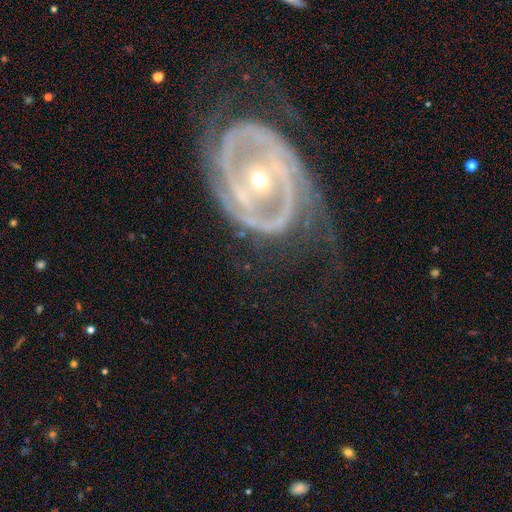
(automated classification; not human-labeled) Q: Smooth or featured?
A: featured or disk (88%); runner-up: star or artifact (6%)
Q: Edge-on disk?
A: no (95%); runner-up: yes (5%)
Q: Bar?
A: no (36%); tied with: strong (36%)
Q: Spiral arms?
A: yes (87%); runner-up: no (13%)
Q: Spiral winding?
A: tight (53%); runner-up: medium (34%)
Q: Spiral arm count?
A: 2 (64%); runner-up: can't tell (16%)
Q: Bulge size?
A: small (57%); runner-up: moderate (39%)
Q: Merging?
A: none (56%); runner-up: major disturbance (22%)